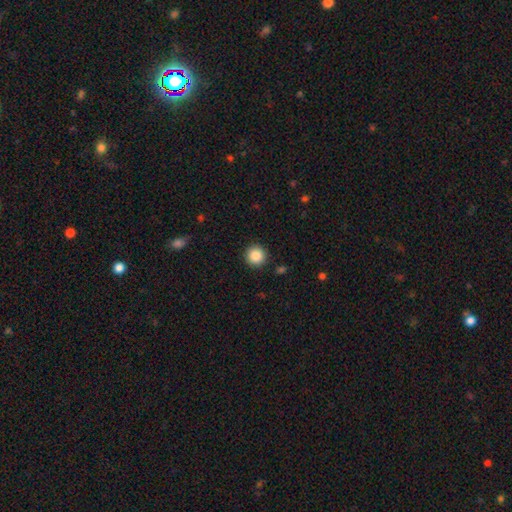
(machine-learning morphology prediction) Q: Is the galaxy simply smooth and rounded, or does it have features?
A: smooth — 87%.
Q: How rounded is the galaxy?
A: round — 96%.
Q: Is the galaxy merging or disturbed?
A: none — 92%.